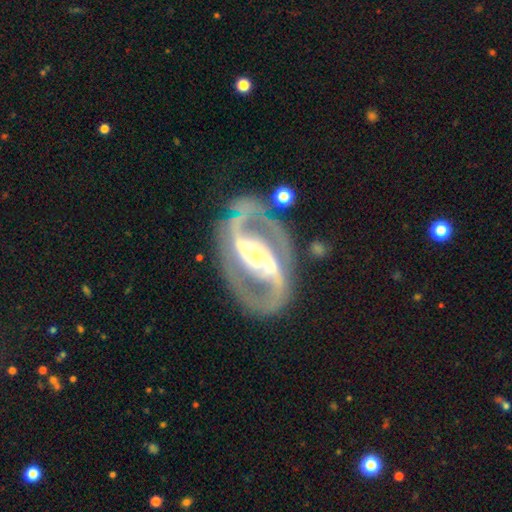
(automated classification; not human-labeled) featured or disk 91%, star or artifact 5%, smooth 4%. Down the decision tree: edge-on disk — no (97%); bar — strong (68%); spiral arms — yes (96%); spiral arm count — 2 (93%); spiral winding — medium (57%); bulge size — moderate (45%); merging — none (75%).